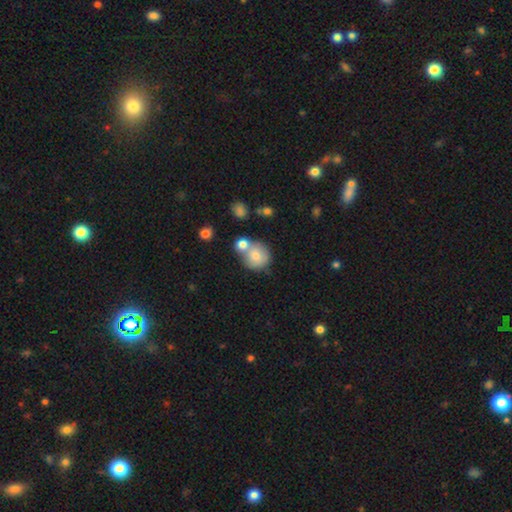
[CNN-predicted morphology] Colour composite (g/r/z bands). It shows a smooth galaxy with no disk features (77%) that is round (86%). Merging: merger (43%).